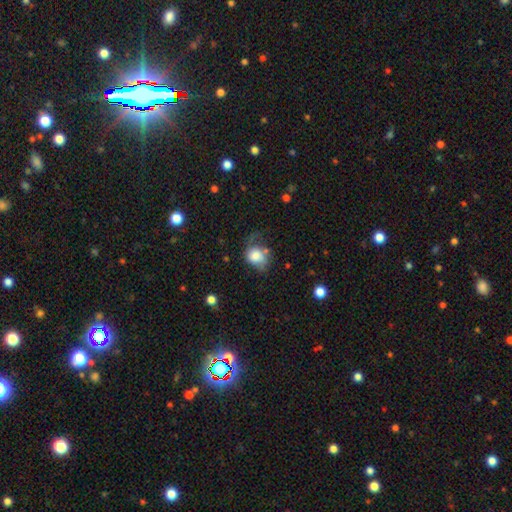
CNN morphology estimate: A smooth galaxy with no disk features (68%) that is round (56%).

Vote fractions:
- Smooth or featured? smooth: 68% / featured or disk: 23% / star or artifact: 9%
- How rounded? round: 56% / in between: 43% / cigar-shaped: 1%
- Merging? major disturbance: 32% / none: 31% / minor disturbance: 30% / merger: 7%